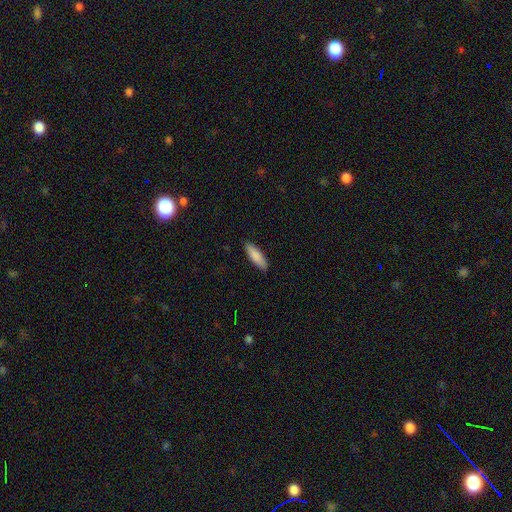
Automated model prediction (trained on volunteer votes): The model was most divided on "how rounded": cigar-shaped: 50%, in between: 48%, round: 2%. More confident: merging — none (90%); smooth or featured — smooth (88%).